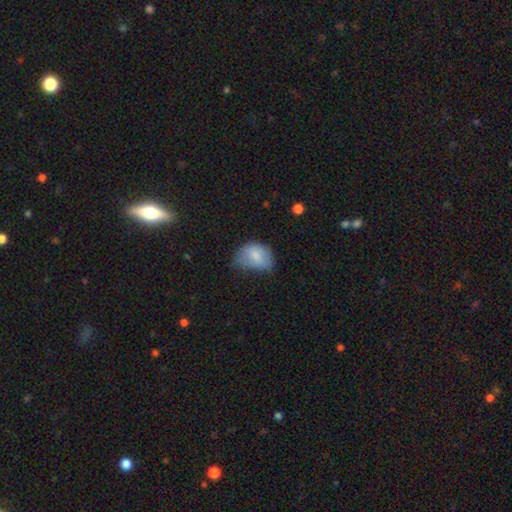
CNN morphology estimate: Smooth or featured: smooth — 76% (featured or disk — 17%)
How rounded: in between — 75% (round — 24%)
Merging: minor disturbance — 45% (none — 31%)